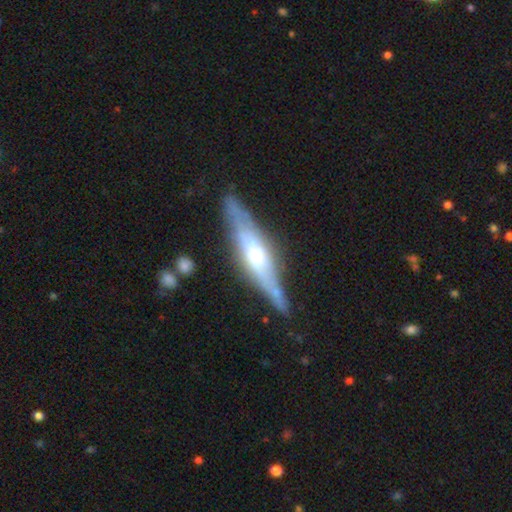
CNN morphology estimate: A featured or disk galaxy (75%) viewed edge-on (88%) with a rounded central bulge (73%). Merging: none (79%).